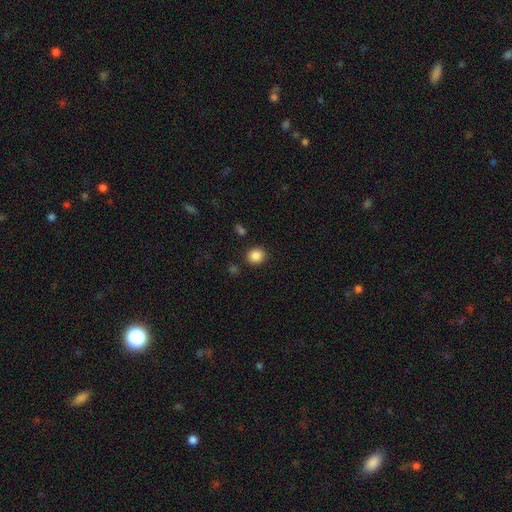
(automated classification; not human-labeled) This is clearly a smooth galaxy (87%). How rounded: clearly round (80%). Merging: clearly none (87%).